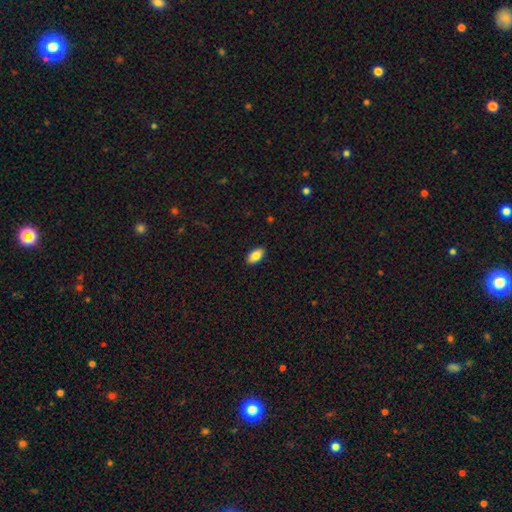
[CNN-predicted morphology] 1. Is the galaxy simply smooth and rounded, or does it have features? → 80% smooth, 13% featured or disk, 7% star or artifact.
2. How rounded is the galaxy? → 92% in between, 5% cigar-shaped, 3% round.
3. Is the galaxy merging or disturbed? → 89% none, 8% minor disturbance, 2% major disturbance, 1% merger.